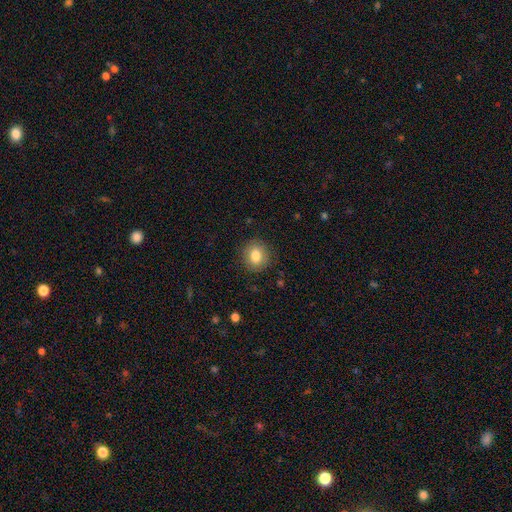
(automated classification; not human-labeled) Smooth or featured: smooth — 82% (star or artifact — 9%)
How rounded: round — 84% (in between — 15%)
Merging: none — 88% (minor disturbance — 9%)